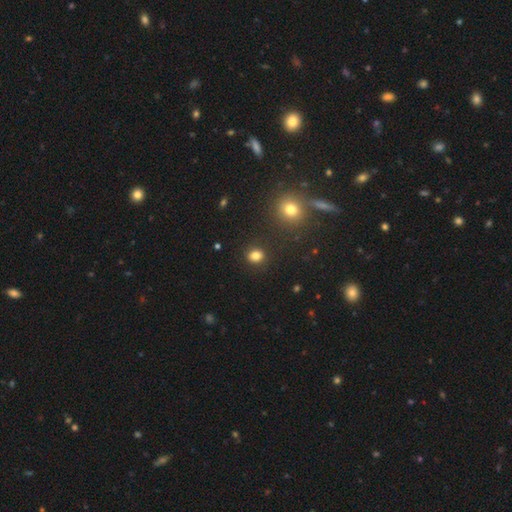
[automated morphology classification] A smooth galaxy with no disk features (82%) that is round (69%). Merging: none (88%).